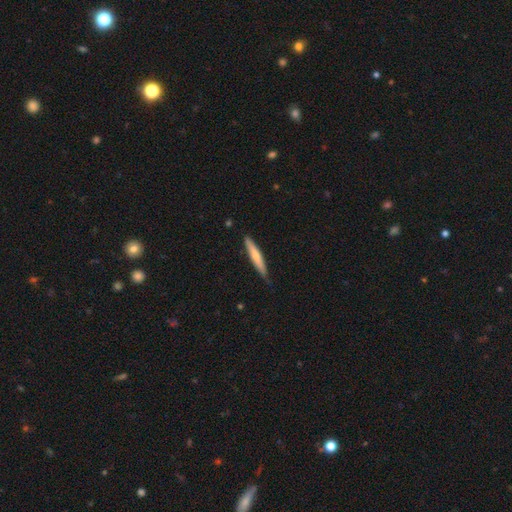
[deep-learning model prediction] Smooth or featured? Predicted: smooth (p=0.60). How rounded? Predicted: cigar-shaped (p=0.92). Merging? Predicted: none (p=0.80).